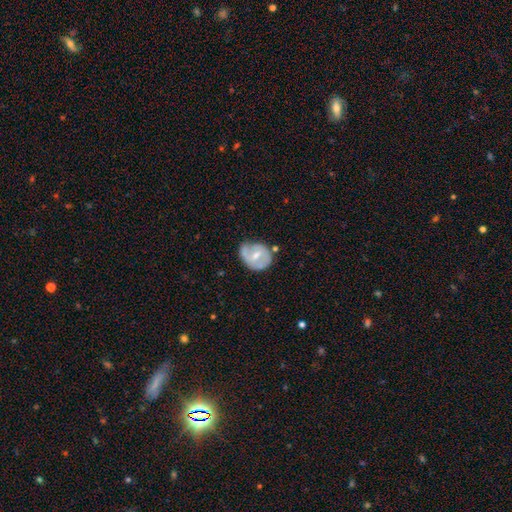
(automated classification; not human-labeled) featured or disk 62%, smooth 32%, star or artifact 5%. Down the decision tree: edge-on disk — no (97%); bar — weak (55%); spiral arms — yes (74%); bulge size — moderate (54%); merging — none (54%).